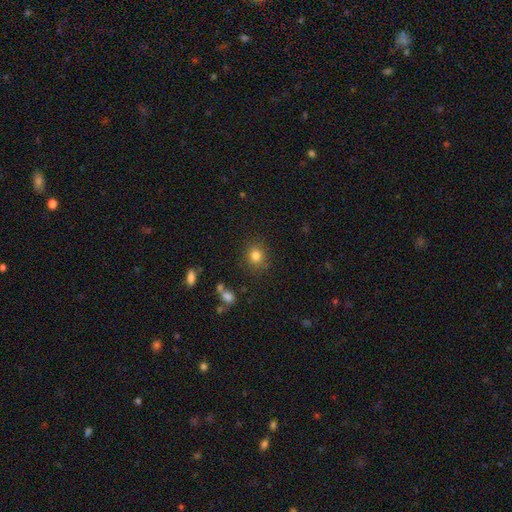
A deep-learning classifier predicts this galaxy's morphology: Smooth or featured? Predicted: smooth (p=0.82). How rounded? Predicted: round (p=0.80). Merging? Predicted: none (p=0.85).